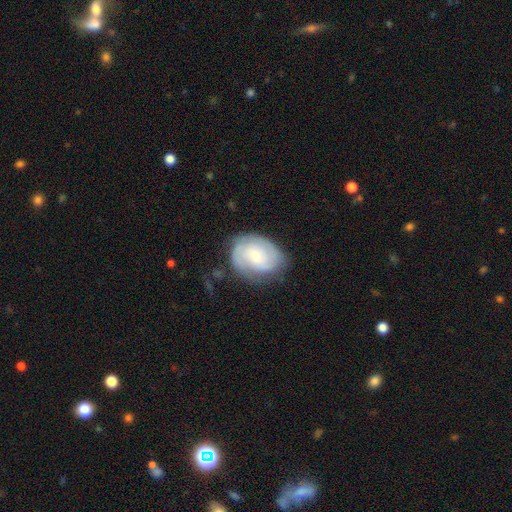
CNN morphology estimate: Overall: featured or disk (66%; smooth 27%). Edge-on disk: no (97%). Bar: no (52%; weak 40%). Spiral arms: yes (91%). Spiral arm count: 2 (53%; can't tell 25%). Spiral winding: tight (50%; medium 38%). Bulge size: small (45%; moderate 34%). Merging: none (67%).